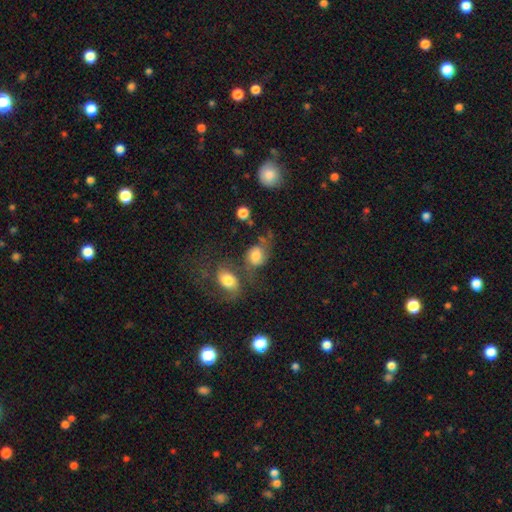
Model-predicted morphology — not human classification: Smooth or featured? smooth (53%)
How rounded? in between (57%)
Merging? merger (40%)